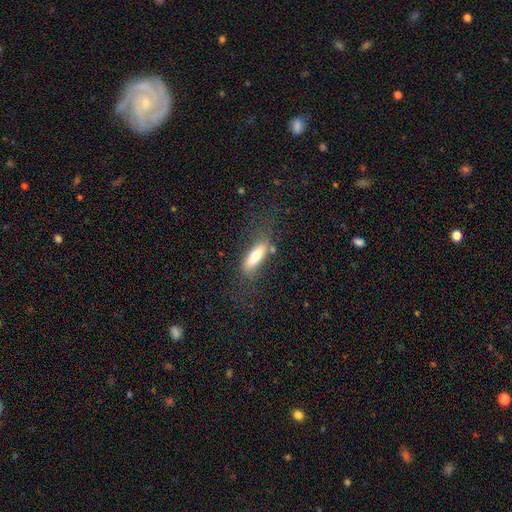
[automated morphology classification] A smooth galaxy with no disk features (68%) that is in between round and cigar-shaped (58%).

Vote fractions:
- Smooth or featured? smooth: 68% / featured or disk: 25% / star or artifact: 7%
- How rounded? in between: 58% / cigar-shaped: 39% / round: 2%
- Merging? none: 66% / minor disturbance: 19% / major disturbance: 11% / merger: 4%